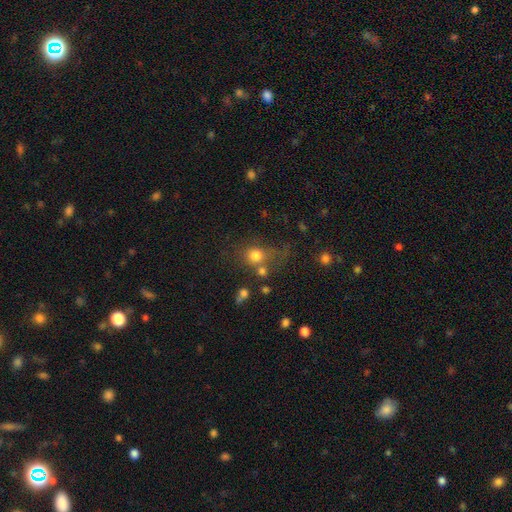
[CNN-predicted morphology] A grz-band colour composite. It shows a smooth galaxy with no disk features (75%) that is round (79%). Merging: none (49%).